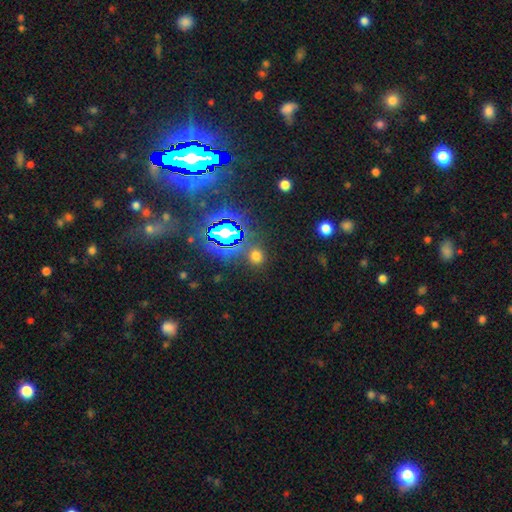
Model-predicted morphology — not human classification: This appears to be a smooth galaxy with no disk features (55%) that is round (82%). Merging: none (81%).